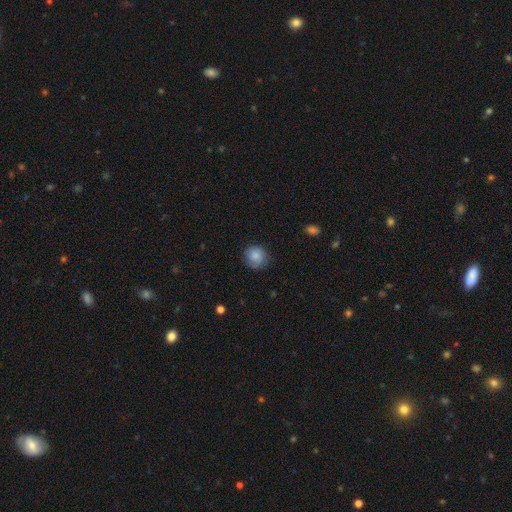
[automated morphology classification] smooth_or_featured: smooth (p=0.80) [alt: featured or disk p=0.12]
how_rounded: round (p=0.87) [alt: in between p=0.12]
merging: none (p=0.78) [alt: minor disturbance p=0.17]